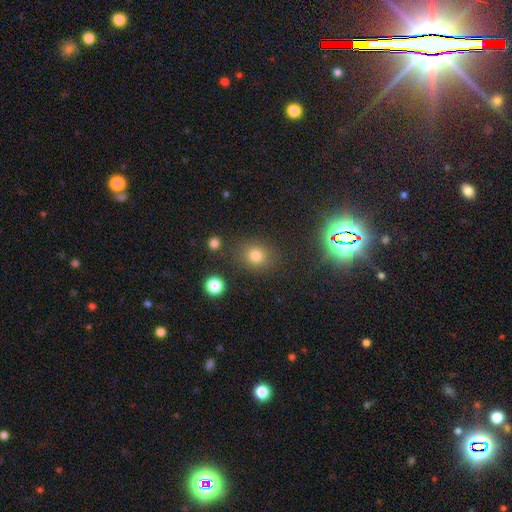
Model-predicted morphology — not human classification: Smooth or featured?
  - smooth: 74% *
  - star or artifact: 19%
  - featured or disk: 7%
How rounded?
  - round: 79% *
  - in between: 20%
  - cigar-shaped: 1%
Merging?
  - none: 84% *
  - minor disturbance: 9%
  - merger: 4%
  - major disturbance: 4%